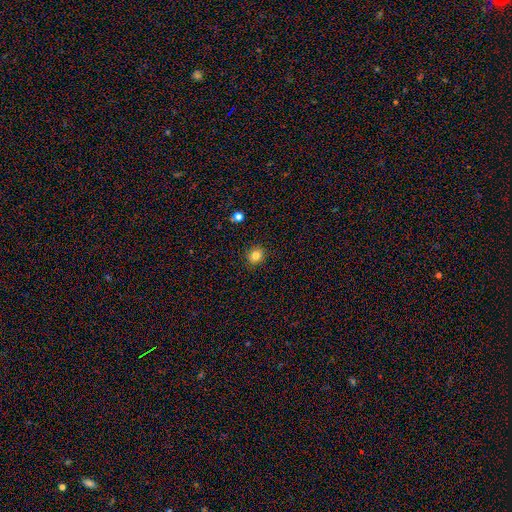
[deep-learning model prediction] Smooth or featured: smooth — 81% (star or artifact — 12%)
How rounded: round — 78% (in between — 21%)
Merging: none — 90% (minor disturbance — 7%)